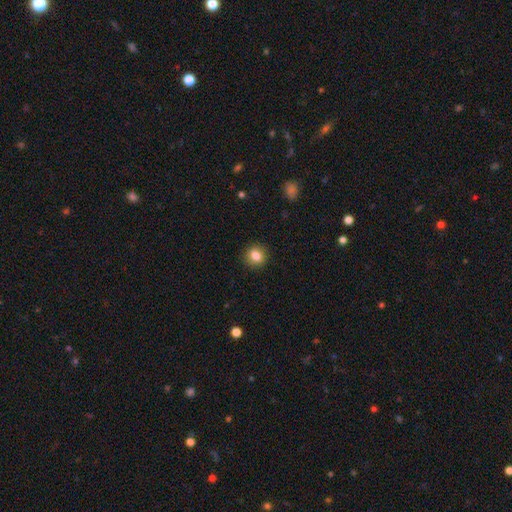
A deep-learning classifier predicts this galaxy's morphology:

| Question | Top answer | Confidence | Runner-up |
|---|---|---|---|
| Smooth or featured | smooth | 83% | star or artifact (10%) |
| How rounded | round | 76% | in between (23%) |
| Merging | none | 90% | minor disturbance (7%) |